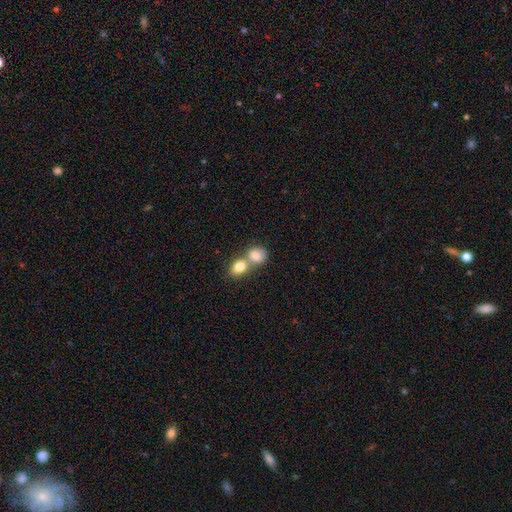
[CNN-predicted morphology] The model was most divided on "how rounded": round: 51%, in between: 48%, cigar-shaped: 1%. More confident: smooth or featured — smooth (81%); merging — merger (65%).